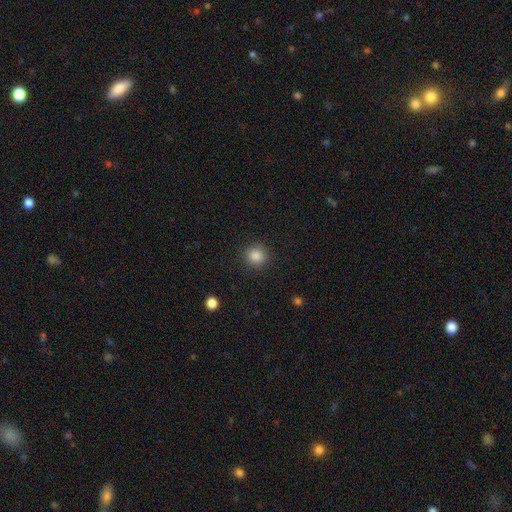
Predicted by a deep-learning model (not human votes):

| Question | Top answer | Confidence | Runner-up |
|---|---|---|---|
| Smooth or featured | smooth | 85% | star or artifact (11%) |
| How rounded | round | 93% | in between (6%) |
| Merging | none | 90% | minor disturbance (7%) |